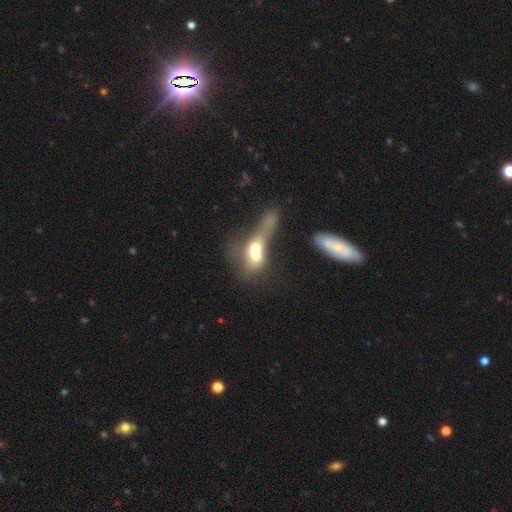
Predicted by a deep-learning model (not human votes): This is possibly a smooth galaxy (55%). How rounded: possibly in between (48%). Merging: likely merger (75%).